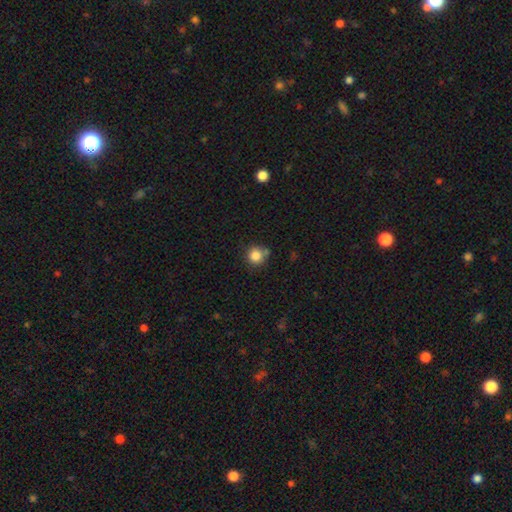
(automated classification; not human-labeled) The model was most divided on "merging": none: 70%, minor disturbance: 15%, merger: 11%, major disturbance: 4%. More confident: how rounded — round (92%); smooth or featured — smooth (84%).